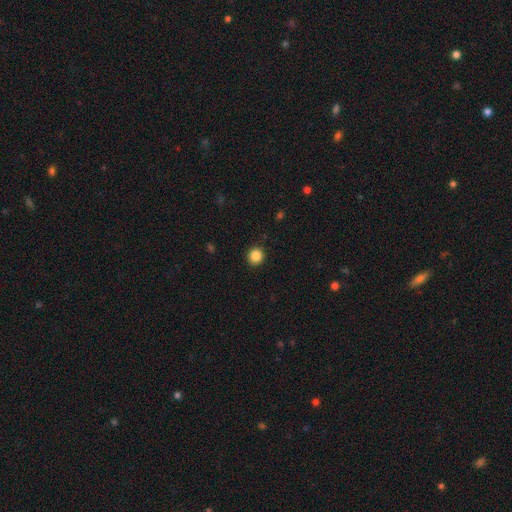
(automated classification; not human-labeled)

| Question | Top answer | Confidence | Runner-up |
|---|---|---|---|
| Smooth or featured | smooth | 86% | star or artifact (10%) |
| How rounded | round | 90% | in between (9%) |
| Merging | none | 91% | minor disturbance (6%) |